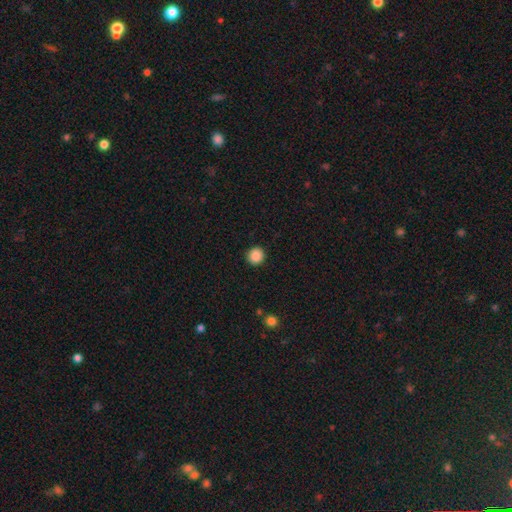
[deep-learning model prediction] Overall: smooth (88%). How rounded: round (93%). Merging: none (92%).